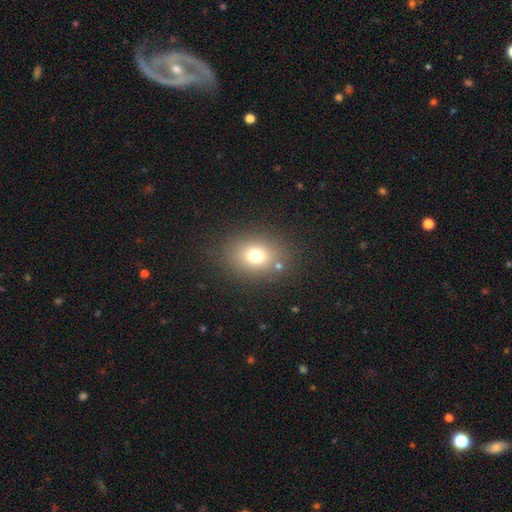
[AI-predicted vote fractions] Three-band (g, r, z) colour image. It shows a smooth galaxy with no disk features (72%) that is in between round and cigar-shaped (50%). Merging: none (82%).